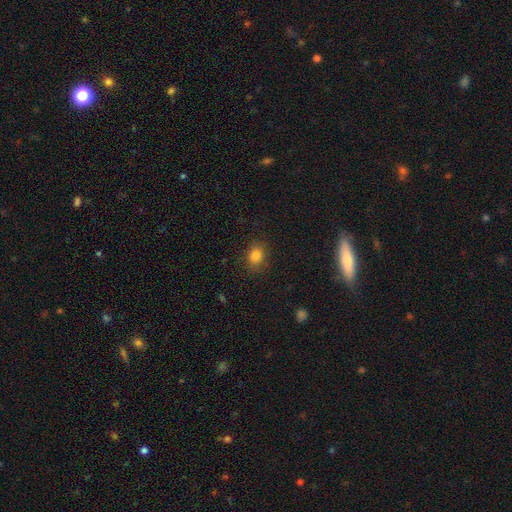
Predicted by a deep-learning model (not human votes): Overall: smooth (83%). How rounded: round (55%; in between 44%). Merging: none (85%).